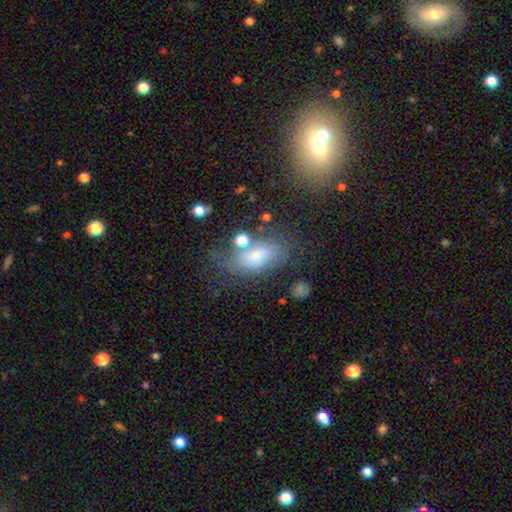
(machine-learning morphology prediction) smooth_or_featured: smooth (p=0.62) [alt: featured or disk p=0.28]
how_rounded: in between (p=0.88) [alt: round p=0.07]
merging: none (p=0.49) [alt: minor disturbance p=0.24]